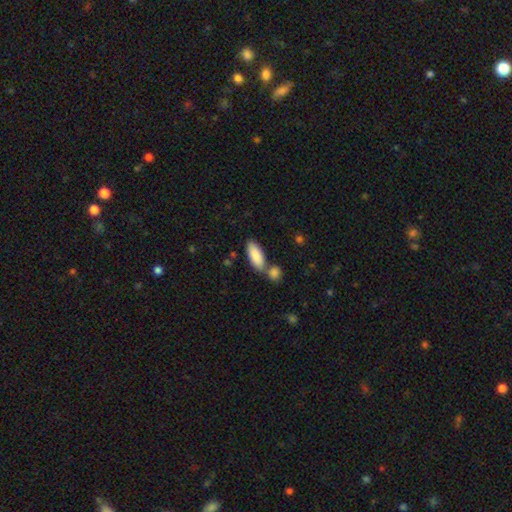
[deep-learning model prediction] Smooth or featured?
  - smooth: 87% *
  - featured or disk: 7%
  - star or artifact: 6%
How rounded?
  - in between: 81% *
  - cigar-shaped: 17%
  - round: 2%
Merging?
  - none: 56% *
  - merger: 29%
  - minor disturbance: 11%
  - major disturbance: 3%